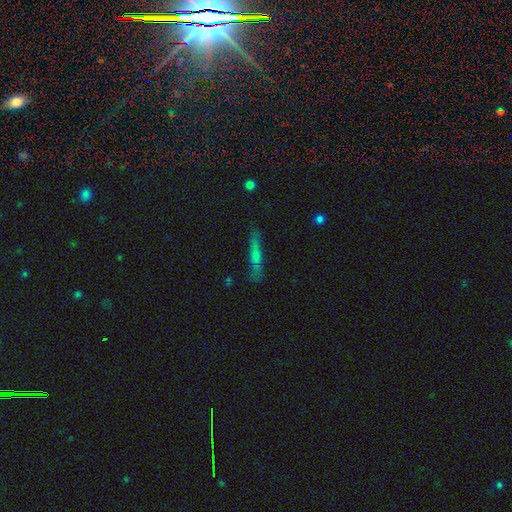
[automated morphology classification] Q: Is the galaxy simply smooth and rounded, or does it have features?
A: smooth — 44%.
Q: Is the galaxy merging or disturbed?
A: none — 76%.